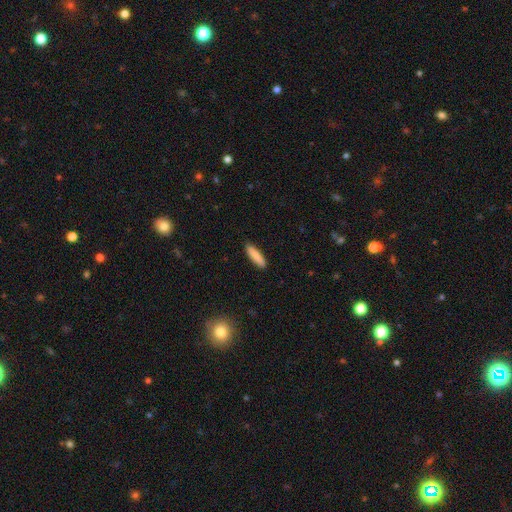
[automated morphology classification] The model was most divided on "how rounded": cigar-shaped: 77%, in between: 22%, round: 1%. More confident: merging — none (89%); smooth or featured — smooth (86%).